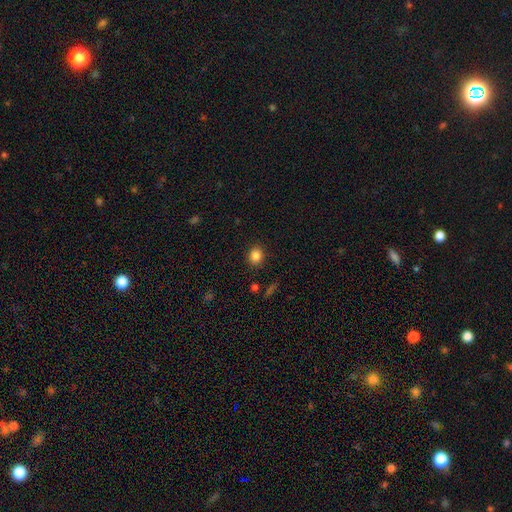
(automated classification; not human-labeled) Overall: smooth (85%). How rounded: round (71%). Merging: none (89%).